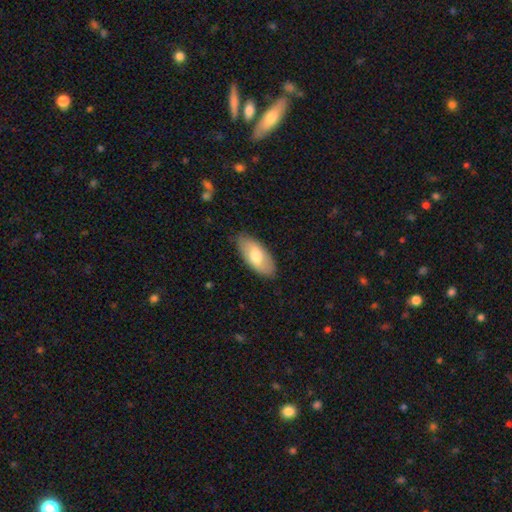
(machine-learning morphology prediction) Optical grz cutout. It shows a smooth galaxy with no disk features (65%) that is in between round and cigar-shaped (91%). Merging: none (84%).